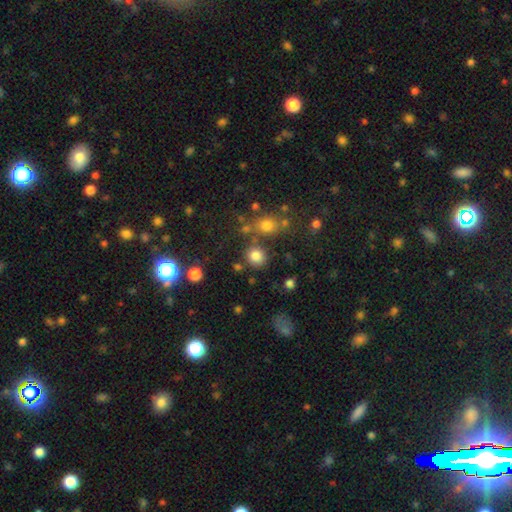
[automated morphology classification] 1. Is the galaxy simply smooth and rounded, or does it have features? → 80% smooth, 14% star or artifact, 6% featured or disk.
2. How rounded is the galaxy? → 85% round, 13% in between, 1% cigar-shaped.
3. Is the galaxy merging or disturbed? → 75% none, 10% minor disturbance, 10% merger, 4% major disturbance.